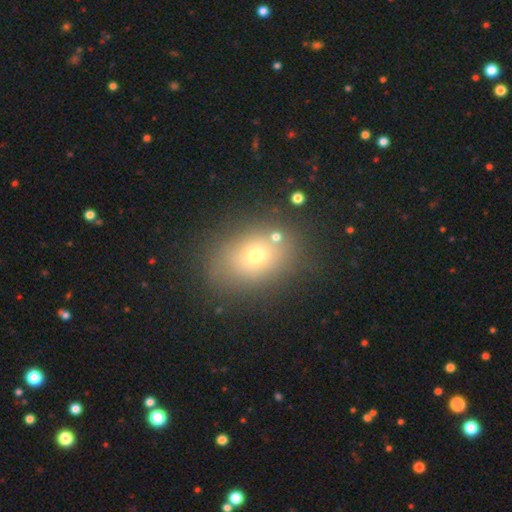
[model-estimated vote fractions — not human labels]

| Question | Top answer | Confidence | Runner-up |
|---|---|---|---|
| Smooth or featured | smooth | 66% | star or artifact (18%) |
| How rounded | in between | 61% | round (37%) |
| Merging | none | 74% | minor disturbance (14%) |